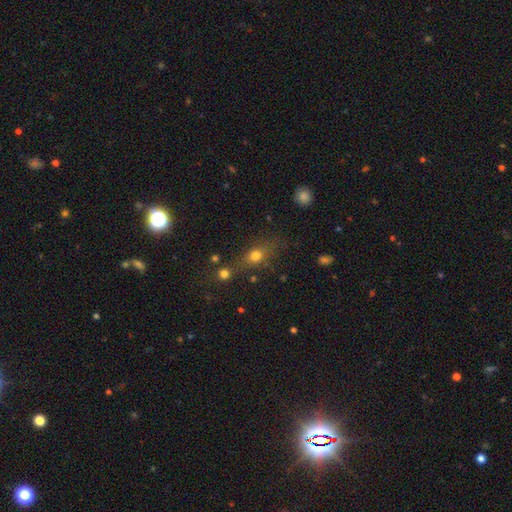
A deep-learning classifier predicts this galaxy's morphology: Overall: smooth (72%). How rounded: in between (46%; round 43%). Merging: none (61%).